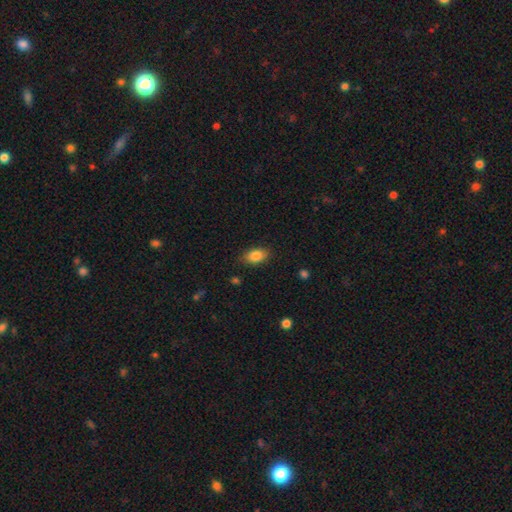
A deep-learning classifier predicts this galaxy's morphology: smooth-or-featured: smooth: 84% | star or artifact: 8% | featured or disk: 8%
  how-rounded: in between: 88% | round: 10% | cigar-shaped: 3%
  merging: none: 85% | minor disturbance: 12% | major disturbance: 3% | merger: 1%